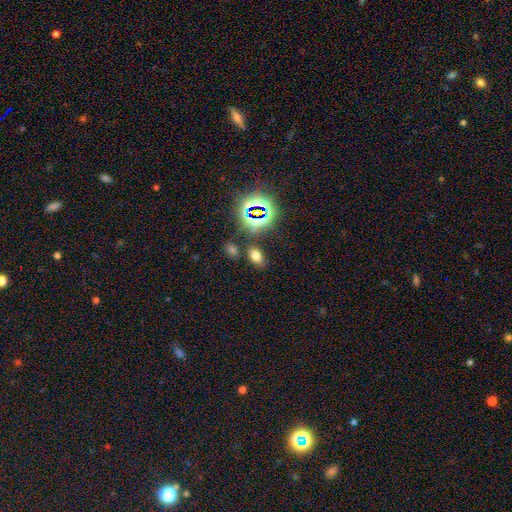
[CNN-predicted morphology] smooth-or-featured: smooth: 62% | star or artifact: 28% | featured or disk: 10%
  how-rounded: in between: 87% | round: 10% | cigar-shaped: 3%
  merging: none: 81% | minor disturbance: 10% | merger: 6% | major disturbance: 3%